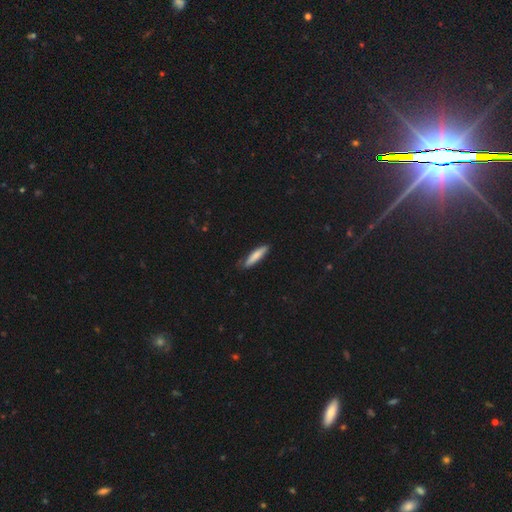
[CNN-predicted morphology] smooth-or-featured: smooth: 79% | featured or disk: 15% | star or artifact: 6%
  how-rounded: cigar-shaped: 84% | in between: 15% | round: 1%
  merging: none: 79% | minor disturbance: 18% | major disturbance: 2% | merger: 1%